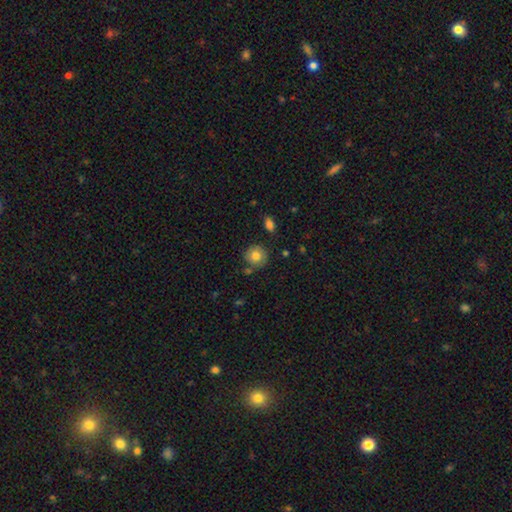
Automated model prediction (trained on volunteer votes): A smooth galaxy with no disk features (78%) that is round (90%).

Vote fractions:
- Smooth or featured? smooth: 78% / featured or disk: 13% / star or artifact: 9%
- How rounded? round: 90% / in between: 9% / cigar-shaped: 1%
- Merging? none: 80% / minor disturbance: 12% / merger: 5% / major disturbance: 3%